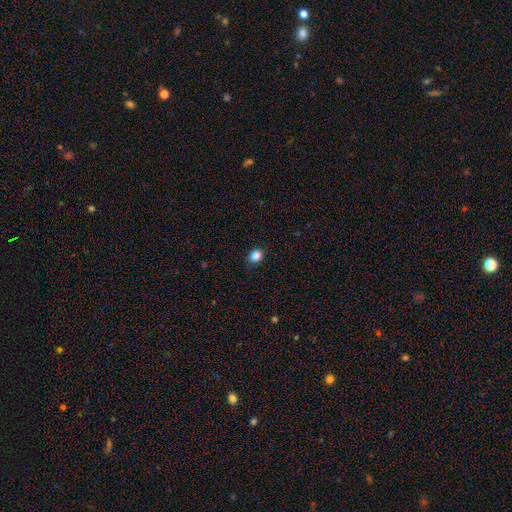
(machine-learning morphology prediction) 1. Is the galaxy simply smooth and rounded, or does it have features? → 86% smooth, 10% star or artifact, 3% featured or disk.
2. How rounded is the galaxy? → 52% in between, 47% round, 1% cigar-shaped.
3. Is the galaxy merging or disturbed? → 87% none, 10% minor disturbance, 2% major disturbance, 1% merger.